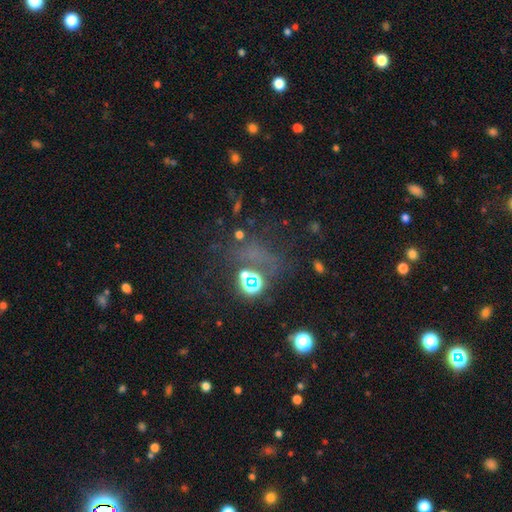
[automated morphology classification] star or artifact 54%, smooth 32%, featured or disk 14%.